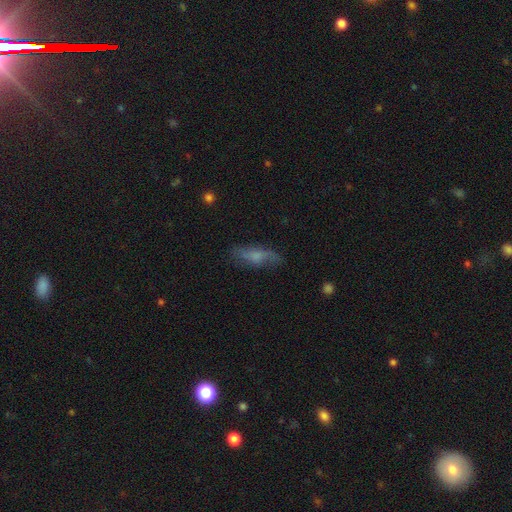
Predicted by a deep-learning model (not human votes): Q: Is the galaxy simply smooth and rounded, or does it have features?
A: smooth — 51%.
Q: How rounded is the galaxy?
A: in between — 57%.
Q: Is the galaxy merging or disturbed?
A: none — 66%.